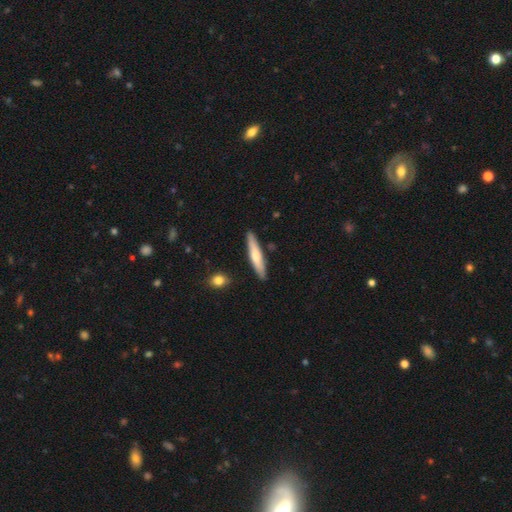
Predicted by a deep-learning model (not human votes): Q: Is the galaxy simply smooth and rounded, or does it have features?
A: smooth — 60%.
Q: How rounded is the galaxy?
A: cigar-shaped — 87%.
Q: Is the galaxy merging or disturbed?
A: none — 87%.